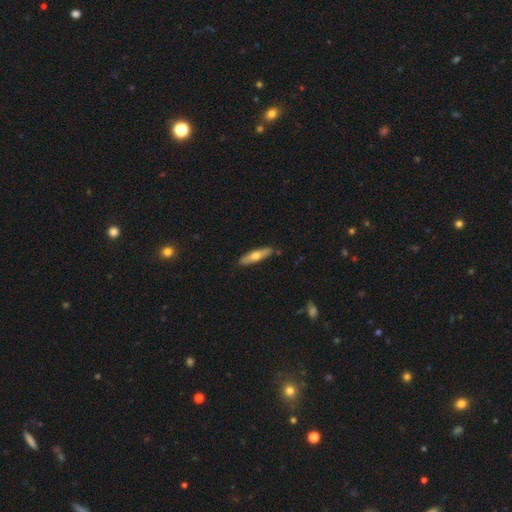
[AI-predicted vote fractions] smooth 53%, featured or disk 41%, star or artifact 5%. Down the decision tree: how rounded — cigar-shaped (78%); merging — none (88%).